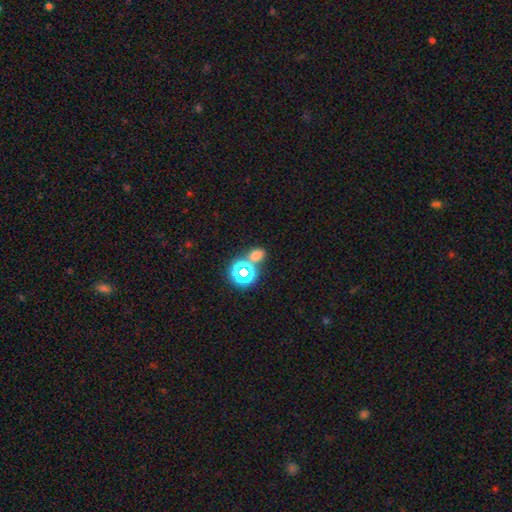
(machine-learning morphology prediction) Smooth or featured? Predicted: smooth (p=0.63). How rounded? Predicted: in between (p=0.53). Merging? Predicted: none (p=0.58).